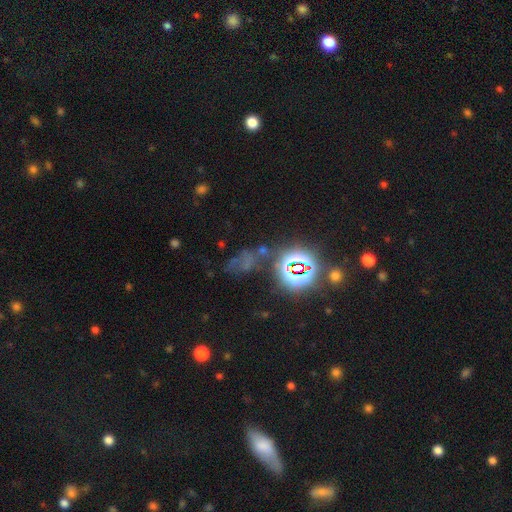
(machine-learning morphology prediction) A star or artifact, not a galaxy (75%).